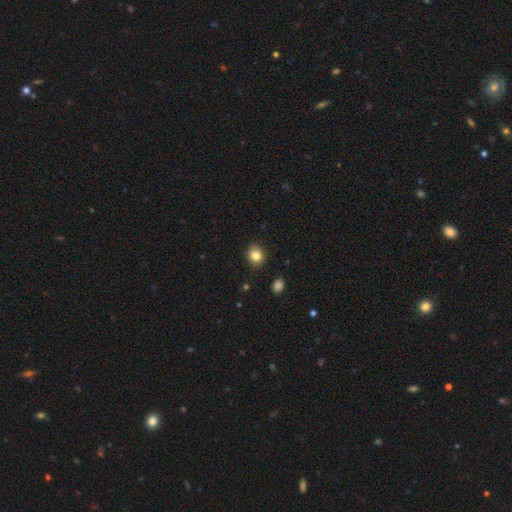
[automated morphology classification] Smooth or featured? Predicted: smooth (p=0.82). How rounded? Predicted: round (p=0.73). Merging? Predicted: none (p=0.85).